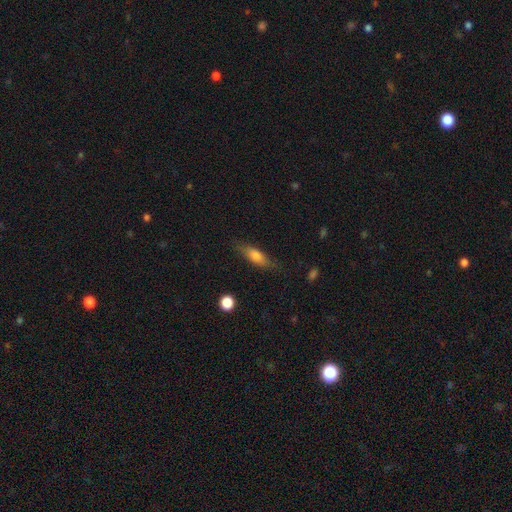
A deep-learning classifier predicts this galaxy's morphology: smooth-or-featured: smooth: 68% | featured or disk: 25% | star or artifact: 7%
  how-rounded: in between: 51% | cigar-shaped: 46% | round: 3%
  merging: none: 75% | minor disturbance: 18% | major disturbance: 5% | merger: 1%